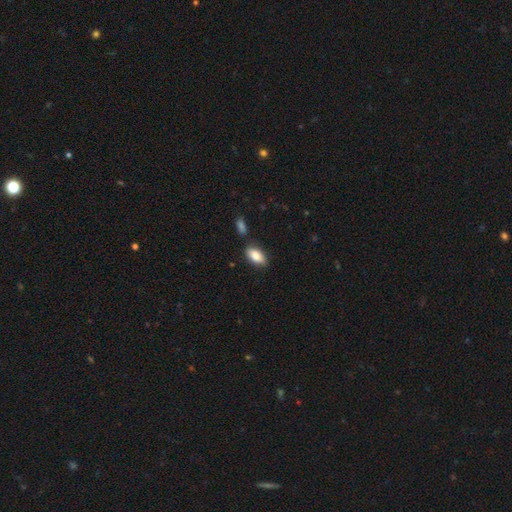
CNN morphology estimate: This appears to be a smooth galaxy with no disk features (87%) that is in between round and cigar-shaped (91%). Merging: none (77%).